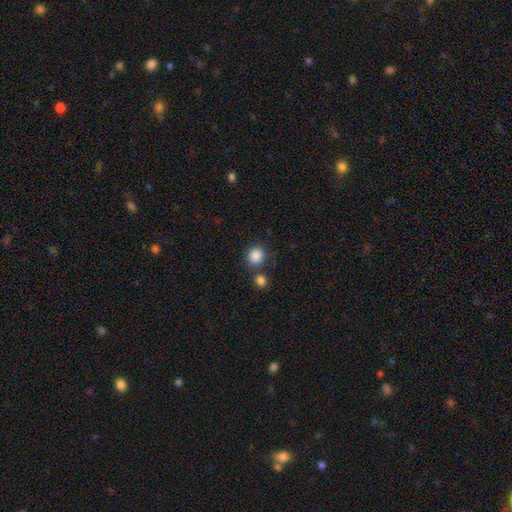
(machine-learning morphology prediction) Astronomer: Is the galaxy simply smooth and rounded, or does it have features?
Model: smooth — 87%.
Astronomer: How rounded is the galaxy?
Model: round — 87%.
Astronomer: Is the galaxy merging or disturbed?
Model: none — 72%.